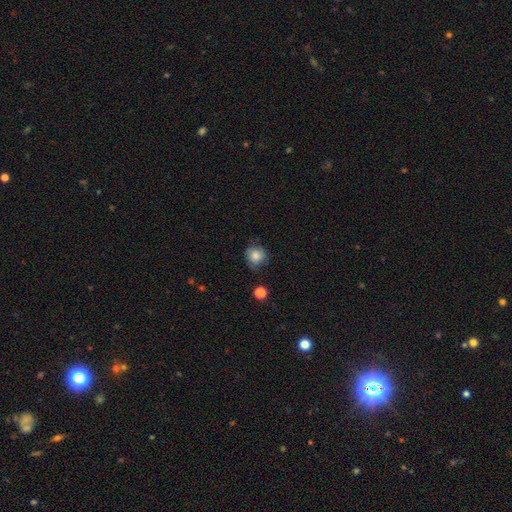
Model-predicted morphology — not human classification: smooth-or-featured: smooth: 78% | featured or disk: 12% | star or artifact: 10%
  how-rounded: round: 86% | in between: 13% | cigar-shaped: 1%
  merging: none: 68% | minor disturbance: 23% | major disturbance: 6% | merger: 2%